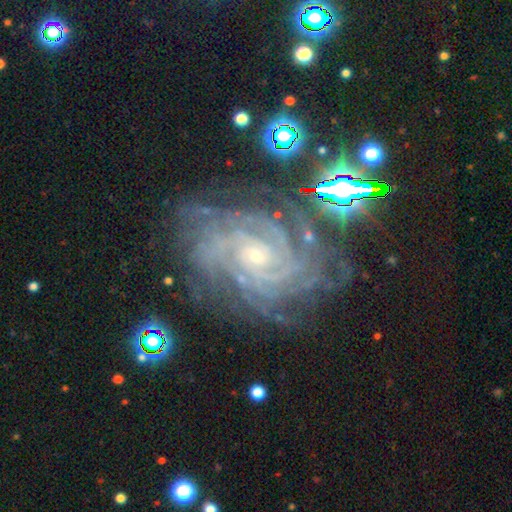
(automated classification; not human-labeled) This is clearly a featured or disk galaxy (88%). It is clearly not viewed edge-on (97%). Bar: likely no (65%). Spiral arm pattern: clearly yes (98%). Spiral arm count: marginally 4 (23%, tied with more than 4). Spiral winding: likely tight (78%). Central bulge: likely small (75%). Merging: likely none (76%).